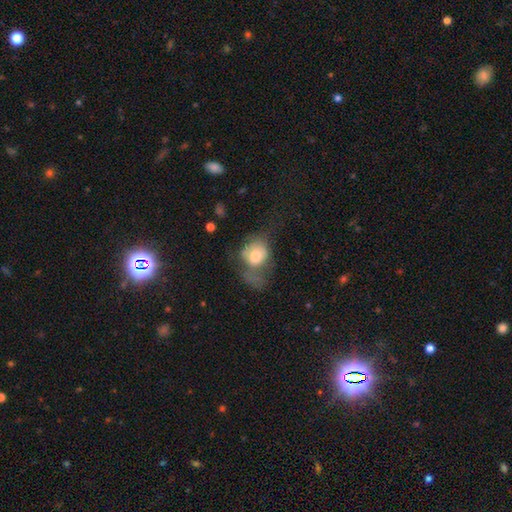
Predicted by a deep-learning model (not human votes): A smooth galaxy with no disk features (67%) that is round (57%). Merging: major disturbance (50%).